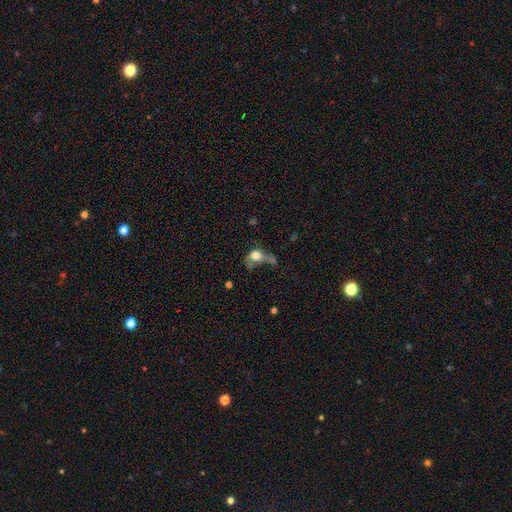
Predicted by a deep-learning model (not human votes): This is likely a smooth galaxy (64%). How rounded: possibly in between (55%). Merging: marginally major disturbance (43%).